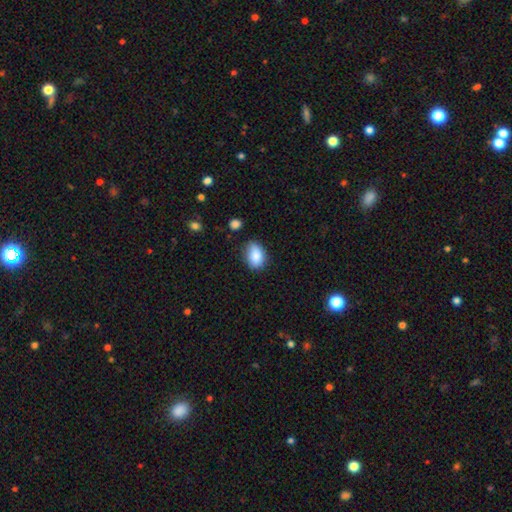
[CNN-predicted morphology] Smooth or featured?
  - smooth: 87% *
  - star or artifact: 8%
  - featured or disk: 5%
How rounded?
  - in between: 84% *
  - round: 14%
  - cigar-shaped: 2%
Merging?
  - none: 72% *
  - minor disturbance: 21%
  - major disturbance: 4%
  - merger: 3%